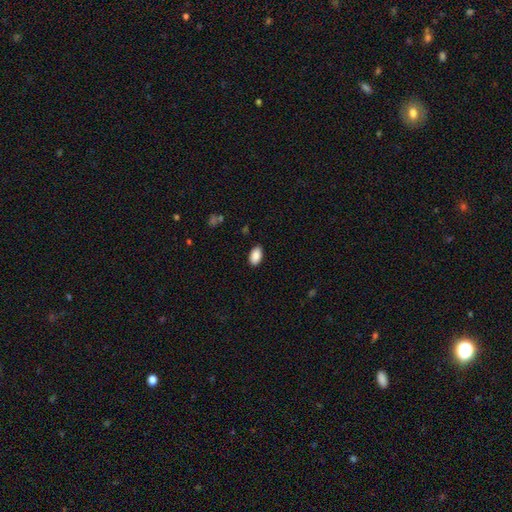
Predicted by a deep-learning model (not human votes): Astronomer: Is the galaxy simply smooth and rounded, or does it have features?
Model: smooth — 89%.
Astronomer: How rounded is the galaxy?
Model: in between — 94%.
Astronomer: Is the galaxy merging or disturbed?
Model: none — 87%.